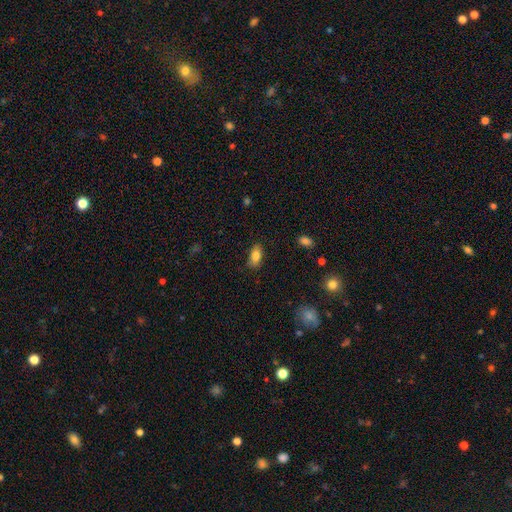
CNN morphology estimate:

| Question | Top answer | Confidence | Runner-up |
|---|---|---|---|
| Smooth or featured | smooth | 82% | featured or disk (10%) |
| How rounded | in between | 88% | cigar-shaped (7%) |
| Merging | none | 80% | minor disturbance (15%) |